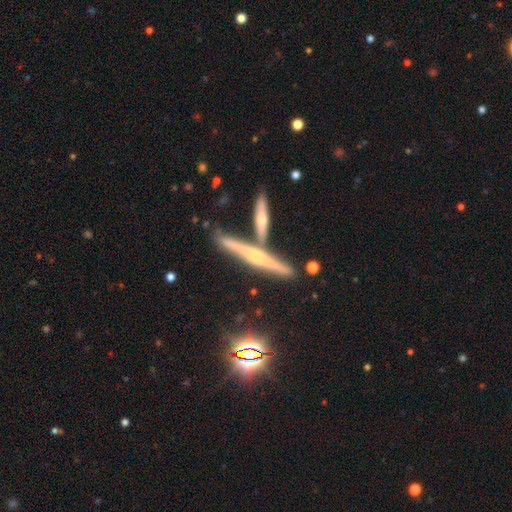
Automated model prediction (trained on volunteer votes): smooth-or-featured: featured or disk: 65% | smooth: 23% | star or artifact: 13%
  disk-edge-on: yes: 95% | no: 5%
    edge-on-bulge: rounded: 64% | none: 20% | boxy: 16%
  merging: none: 66% | merger: 22% | minor disturbance: 9% | major disturbance: 3%